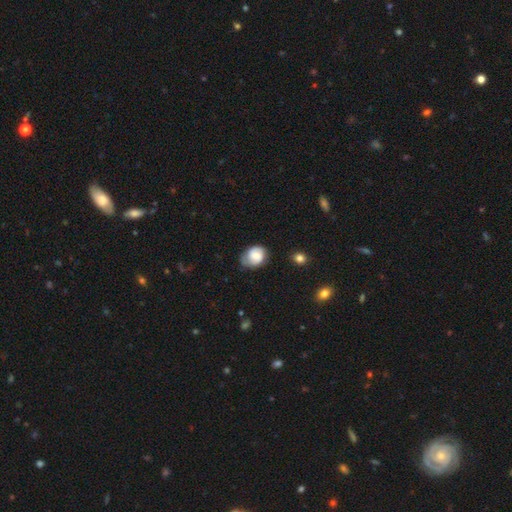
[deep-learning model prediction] The model was most divided on "how rounded": round: 52%, in between: 47%, cigar-shaped: 1%. More confident: merging — none (59%); smooth or featured — smooth (53%).